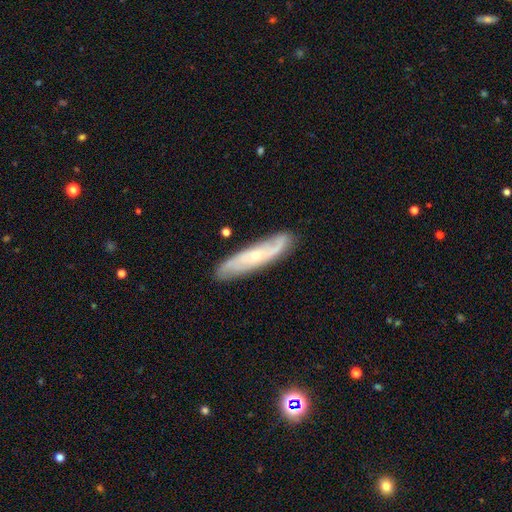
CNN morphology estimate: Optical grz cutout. It shows a featured or disk galaxy (70%). Merging: none (82%).